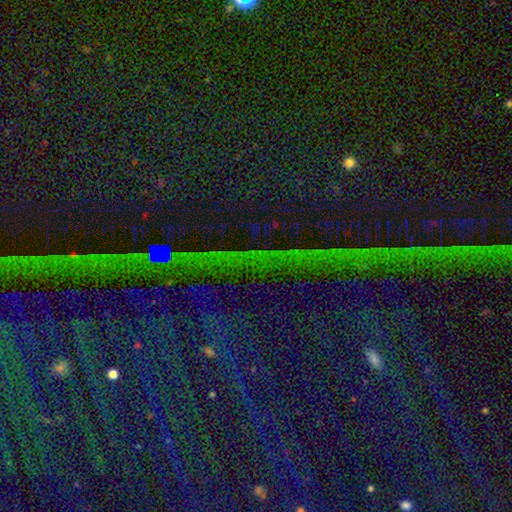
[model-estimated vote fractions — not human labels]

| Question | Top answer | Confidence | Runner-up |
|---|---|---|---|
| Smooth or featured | star or artifact | 84% | smooth (9%) |